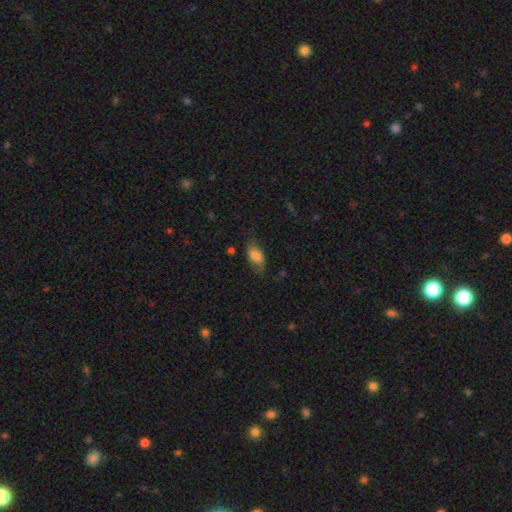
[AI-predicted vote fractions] Overall: smooth (72%). How rounded: in between (90%). Merging: none (59%; minor disturbance 27%).